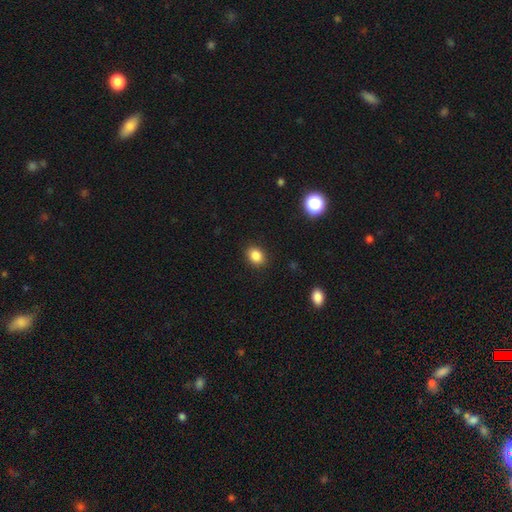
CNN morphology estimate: smooth_or_featured: smooth (p=0.86) [alt: star or artifact p=0.10]
how_rounded: in between (p=0.60) [alt: round p=0.39]
merging: none (p=0.89) [alt: minor disturbance p=0.08]